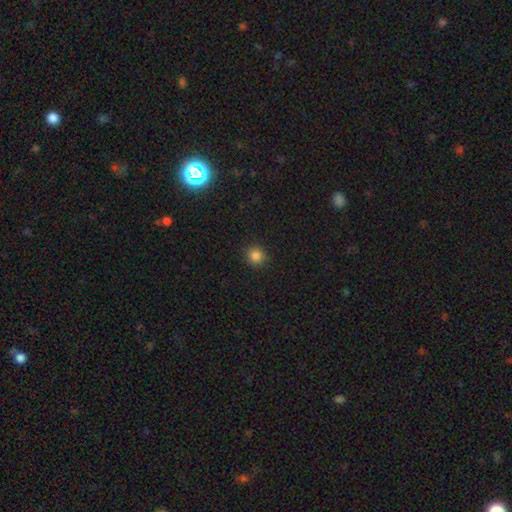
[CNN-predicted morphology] Smooth or featured? smooth (84%)
How rounded? round (92%)
Merging? none (92%)